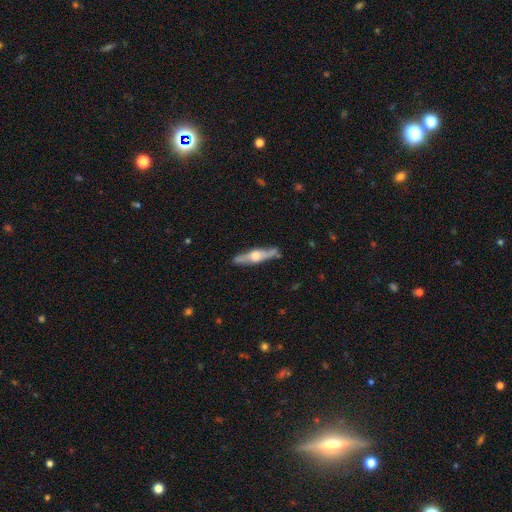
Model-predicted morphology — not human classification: Q: Smooth or featured?
A: featured or disk (63%); runner-up: smooth (32%)
Q: Edge-on disk?
A: yes (89%); runner-up: no (11%)
Q: Edge-on bulge?
A: rounded (88%); runner-up: boxy (7%)
Q: Merging?
A: none (83%); runner-up: minor disturbance (13%)